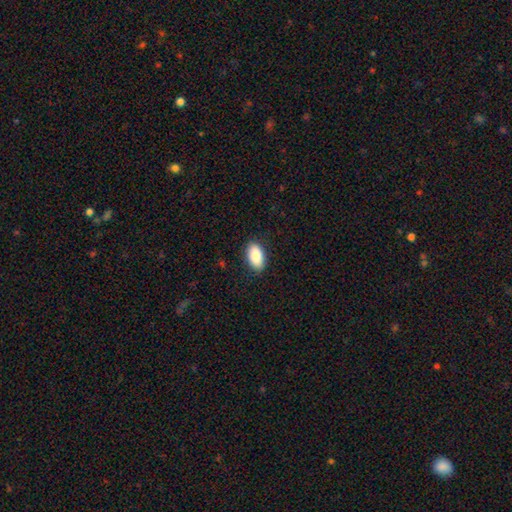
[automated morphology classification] Smooth or featured? Predicted: smooth (p=0.87). How rounded? Predicted: in between (p=0.94). Merging? Predicted: none (p=0.88).